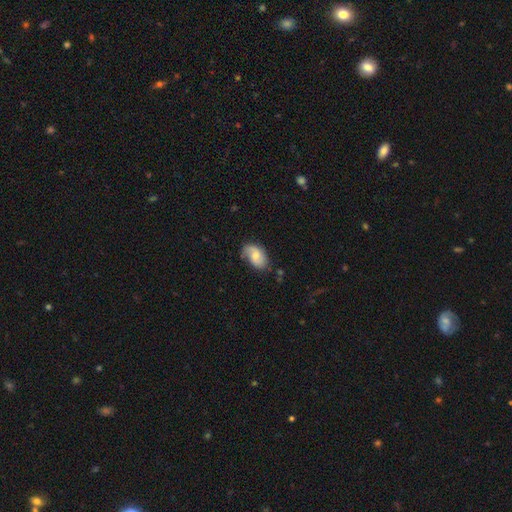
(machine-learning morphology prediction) smooth-or-featured: featured or disk: 48% | smooth: 45% | star or artifact: 7%
  merging: none: 59% | minor disturbance: 28% | major disturbance: 10% | merger: 3%